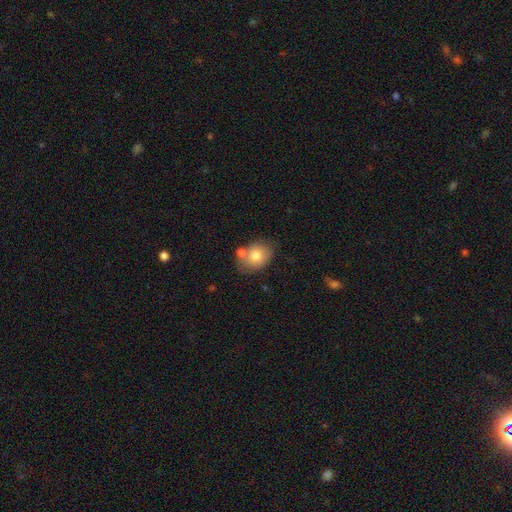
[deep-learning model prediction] Smooth or featured: smooth — 76% (featured or disk — 15%)
How rounded: in between — 56% (round — 43%)
Merging: none — 60% (merger — 19%)